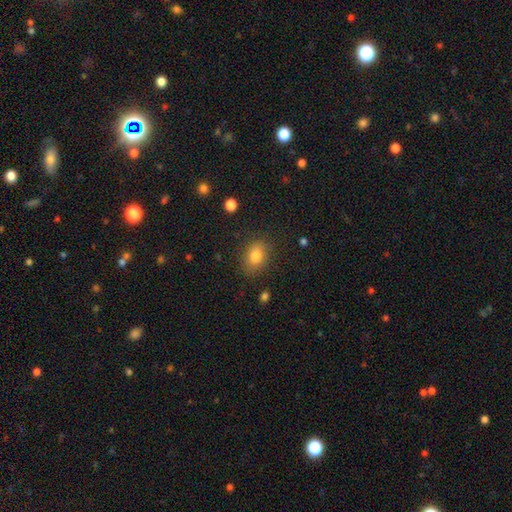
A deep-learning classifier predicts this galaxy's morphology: smooth 82%, star or artifact 10%, featured or disk 8%. Down the decision tree: how rounded — in between (69%); merging — none (82%).